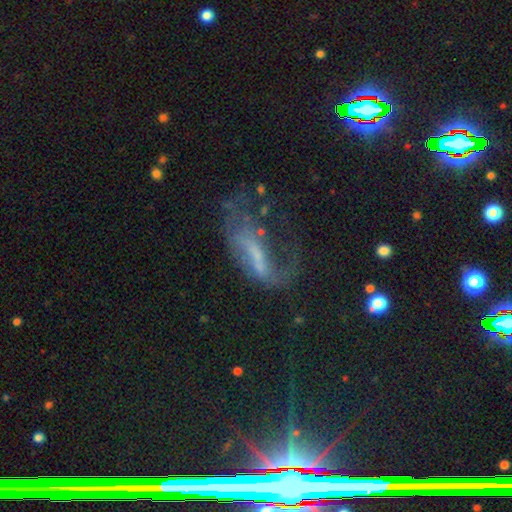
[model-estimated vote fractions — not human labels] Smooth or featured? featured or disk (59%)
Edge-on disk? no (89%)
Bar? no (42%)
Spiral arms? yes (53%)
Bulge size? none (48%)
Merging? major disturbance (47%)